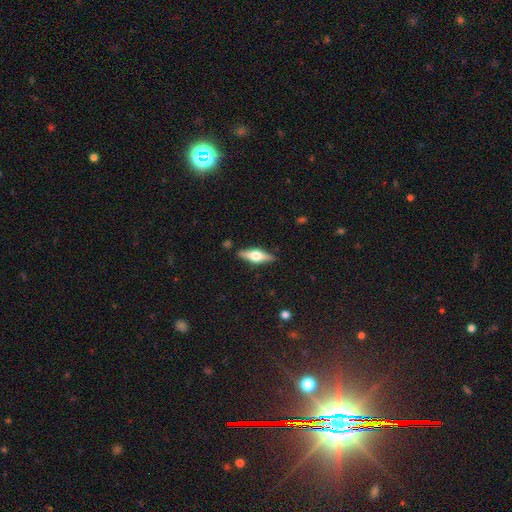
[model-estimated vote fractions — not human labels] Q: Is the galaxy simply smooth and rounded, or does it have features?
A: featured or disk — 56%.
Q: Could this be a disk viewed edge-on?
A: yes — 94%.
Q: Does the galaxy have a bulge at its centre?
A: rounded — 93%.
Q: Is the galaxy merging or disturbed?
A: none — 87%.